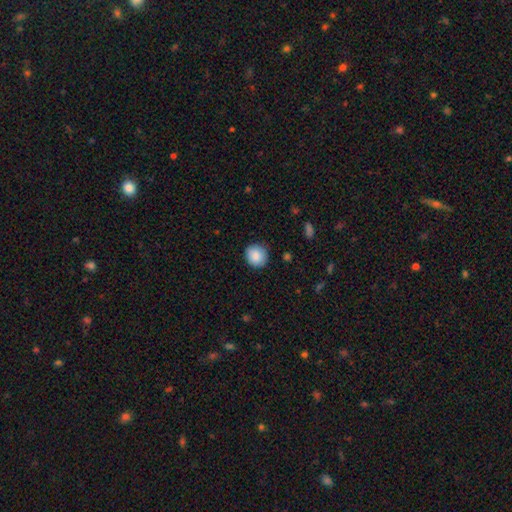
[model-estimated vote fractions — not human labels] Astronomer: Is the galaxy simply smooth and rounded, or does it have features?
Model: smooth — 87%.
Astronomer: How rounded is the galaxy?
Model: round — 87%.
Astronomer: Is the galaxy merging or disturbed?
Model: none — 87%.